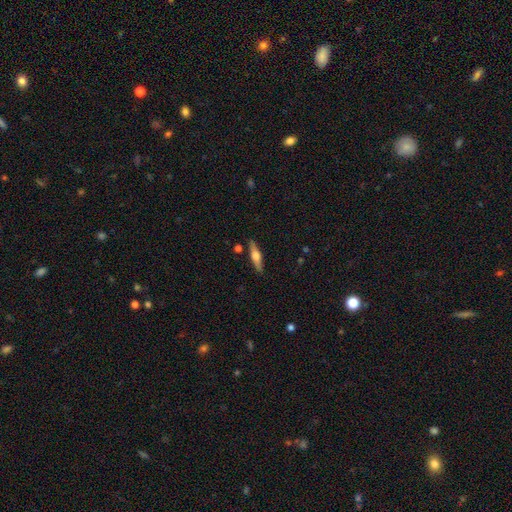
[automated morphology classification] featured or disk 56%, smooth 38%, star or artifact 6%. Down the decision tree: edge-on disk — yes (94%); edge-on bulge — rounded (91%); merging — none (86%).